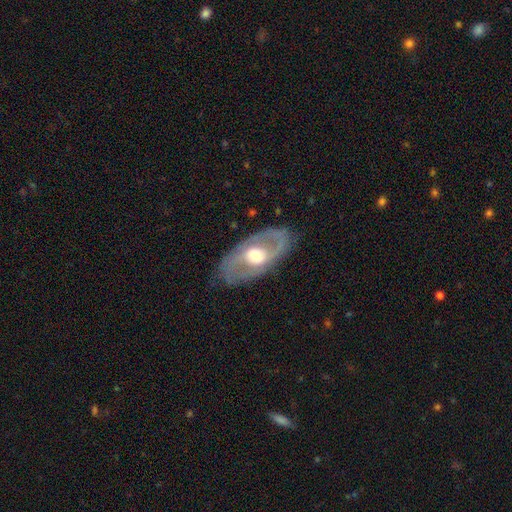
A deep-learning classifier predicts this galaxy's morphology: A featured or disk galaxy (74%) with no bar (59%), spiral arms (66%) and a moderate central bulge (62%).

Vote fractions:
- Smooth or featured? featured or disk: 74% / smooth: 21% / star or artifact: 5%
- Edge-on disk? no: 90% / yes: 10%
- Bar? no: 59% / weak: 30% / strong: 12%
- Spiral arms? yes: 66% / no: 34%
- Bulge size? moderate: 62% / large: 25% / small: 10% / dominant: 2% / none: 1%
- Merging? none: 80% / minor disturbance: 13% / major disturbance: 6% / merger: 1%